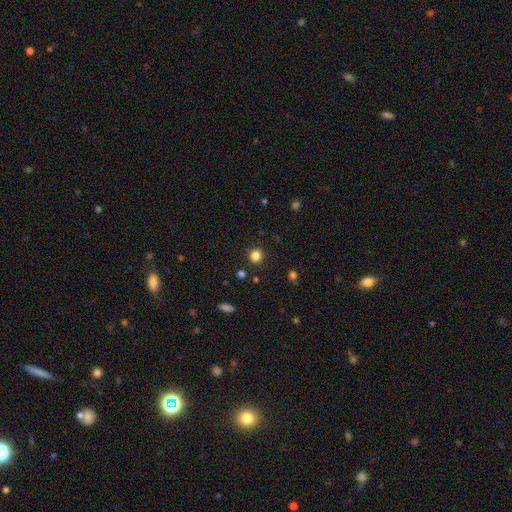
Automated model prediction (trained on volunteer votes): Smooth or featured?
  - smooth: 82% *
  - star or artifact: 14%
  - featured or disk: 4%
How rounded?
  - round: 94% *
  - in between: 5%
  - cigar-shaped: 1%
Merging?
  - none: 91% *
  - minor disturbance: 5%
  - major disturbance: 2%
  - merger: 2%